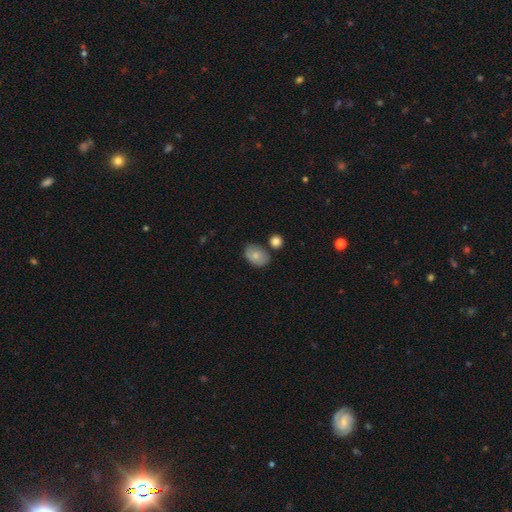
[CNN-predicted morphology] Overall: smooth (77%). How rounded: in between (74%). Merging: none (67%).